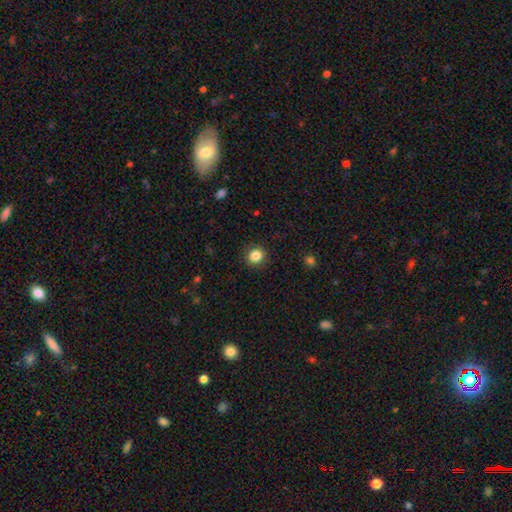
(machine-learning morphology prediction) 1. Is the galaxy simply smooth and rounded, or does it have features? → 85% smooth, 10% star or artifact, 4% featured or disk.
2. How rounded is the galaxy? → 86% round, 13% in between, 1% cigar-shaped.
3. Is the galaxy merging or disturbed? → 90% none, 7% minor disturbance, 2% major disturbance, 1% merger.